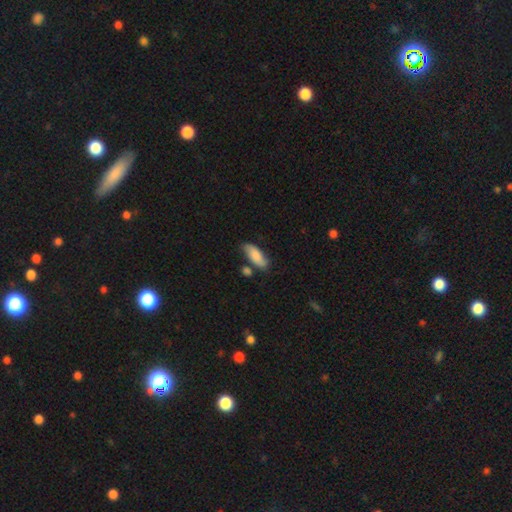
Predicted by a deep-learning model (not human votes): Morphology: type=smooth (79%); roundness=in between (76%); merging=none (64%).